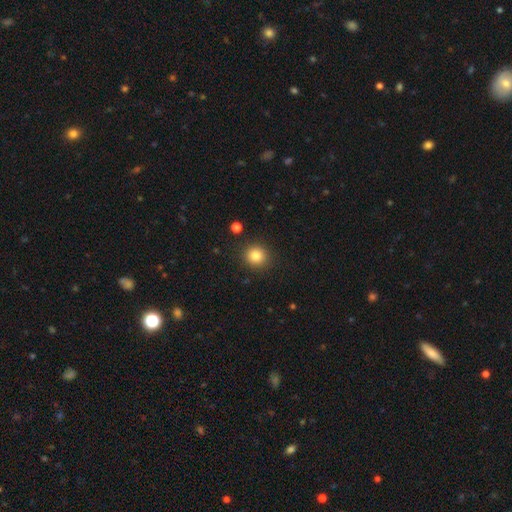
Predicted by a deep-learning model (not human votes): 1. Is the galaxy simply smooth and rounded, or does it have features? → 83% smooth, 11% star or artifact, 6% featured or disk.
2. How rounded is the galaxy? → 91% round, 8% in between, 1% cigar-shaped.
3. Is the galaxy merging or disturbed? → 89% none, 7% minor disturbance, 2% major disturbance, 2% merger.